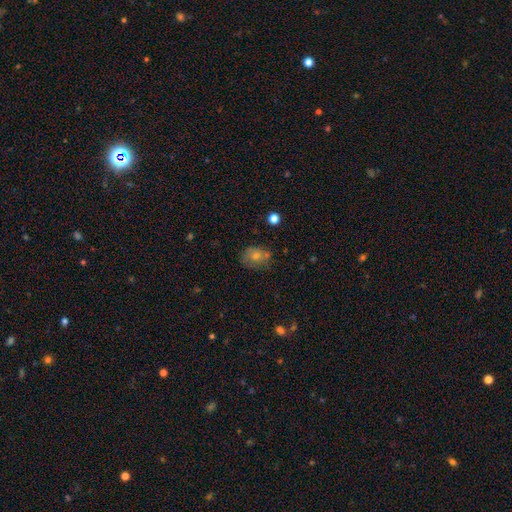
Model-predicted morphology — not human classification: Smooth or featured?
  - smooth: 57% *
  - featured or disk: 26%
  - star or artifact: 17%
How rounded?
  - round: 57% *
  - in between: 42%
  - cigar-shaped: 1%
Merging?
  - none: 65% *
  - minor disturbance: 21%
  - major disturbance: 7%
  - merger: 6%